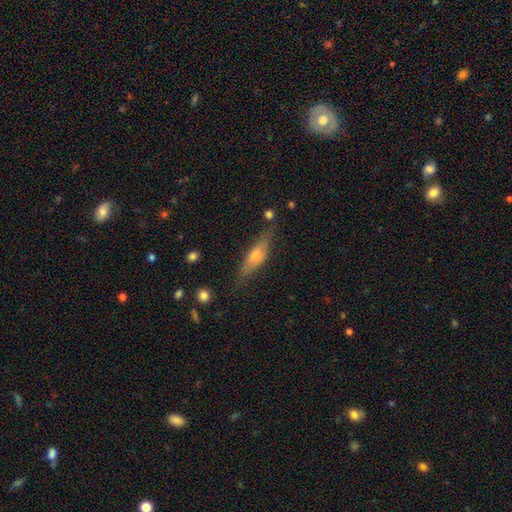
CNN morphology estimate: Smooth or featured: featured or disk — 50% (smooth — 42%)
Edge-on disk: yes — 87% (no — 13%)
Merging: none — 76% (minor disturbance — 17%)